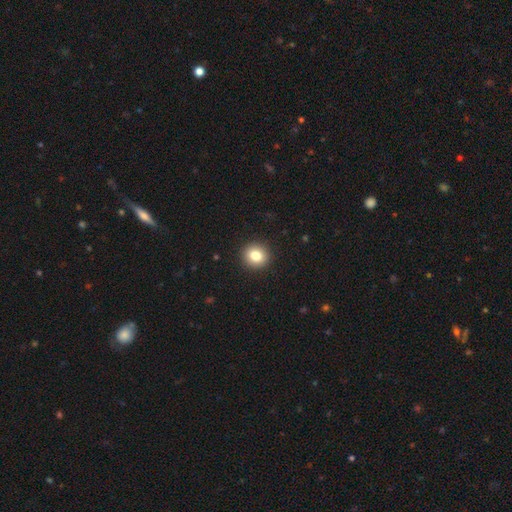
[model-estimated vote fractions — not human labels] Smooth or featured? Predicted: smooth (p=0.82). How rounded? Predicted: round (p=0.88). Merging? Predicted: none (p=0.93).